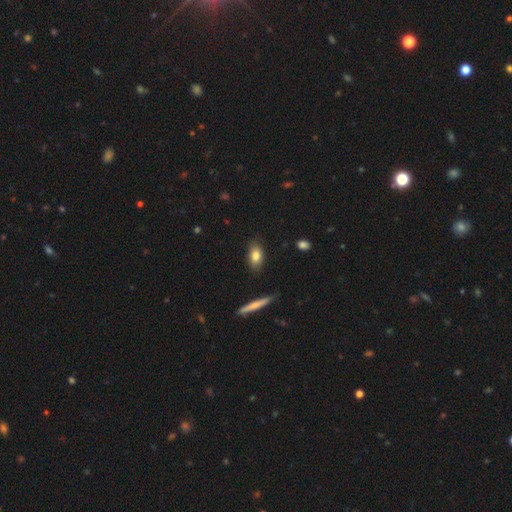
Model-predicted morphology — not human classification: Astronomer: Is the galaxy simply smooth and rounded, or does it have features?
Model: smooth — 81%.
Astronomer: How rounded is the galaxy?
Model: in between — 84%.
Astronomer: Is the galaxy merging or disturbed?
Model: none — 83%.